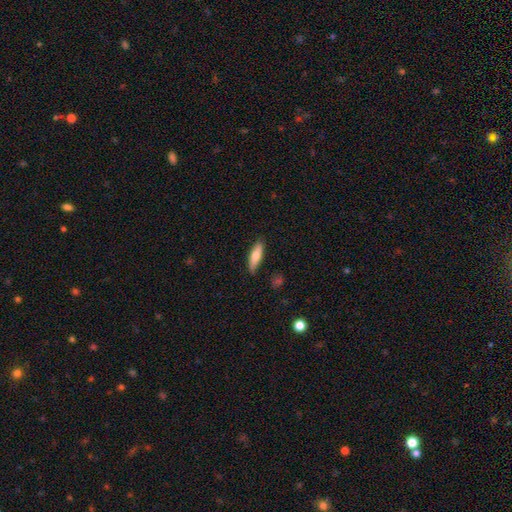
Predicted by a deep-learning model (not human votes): A smooth galaxy with no disk features (72%) that is cigar-shaped (61%).

Vote fractions:
- Smooth or featured? smooth: 72% / featured or disk: 22% / star or artifact: 6%
- How rounded? cigar-shaped: 61% / in between: 37% / round: 2%
- Merging? none: 83% / minor disturbance: 13% / major disturbance: 2% / merger: 1%